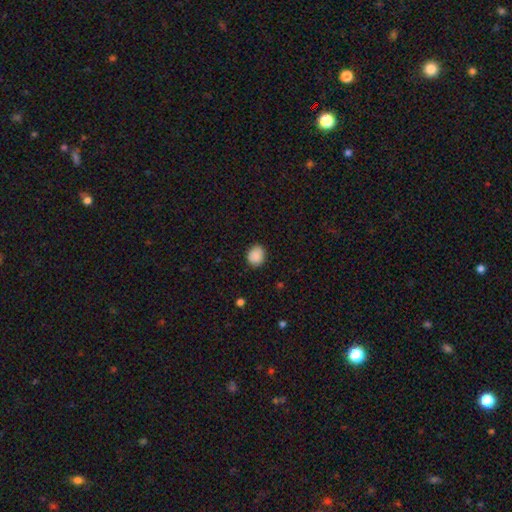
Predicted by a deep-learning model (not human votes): Q: Smooth or featured?
A: smooth (89%); runner-up: star or artifact (8%)
Q: How rounded?
A: round (55%); runner-up: in between (44%)
Q: Merging?
A: none (84%); runner-up: minor disturbance (13%)